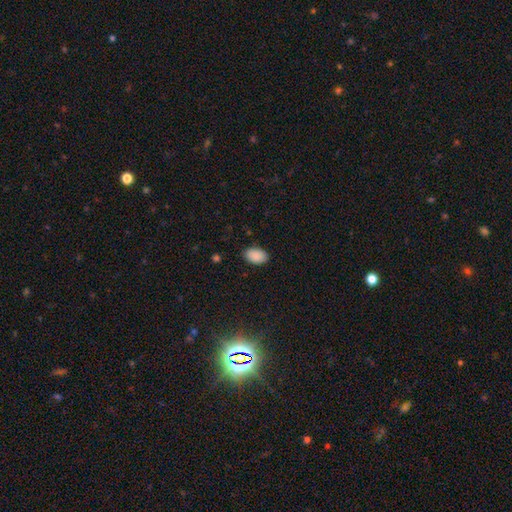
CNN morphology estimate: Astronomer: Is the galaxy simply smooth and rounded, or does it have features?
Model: smooth — 90%.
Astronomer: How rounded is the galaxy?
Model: in between — 91%.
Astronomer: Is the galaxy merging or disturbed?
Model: none — 87%.